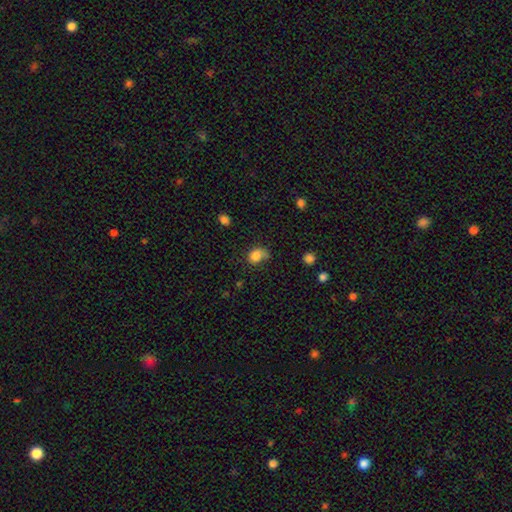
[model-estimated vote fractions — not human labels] A smooth galaxy with no disk features (82%) that is round (53%).

Vote fractions:
- Smooth or featured? smooth: 82% / star or artifact: 10% / featured or disk: 8%
- How rounded? round: 53% / in between: 45% / cigar-shaped: 1%
- Merging? none: 46% / minor disturbance: 32% / major disturbance: 17% / merger: 5%